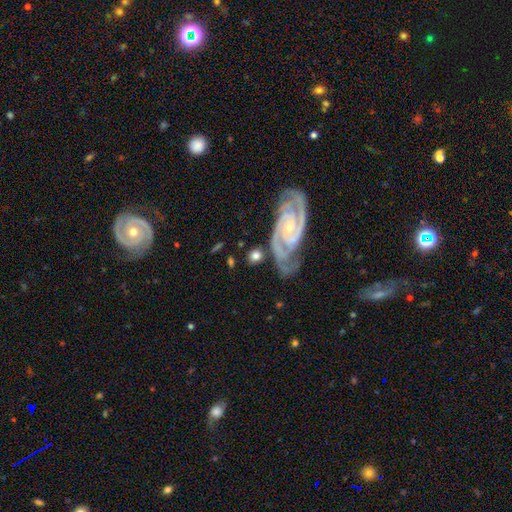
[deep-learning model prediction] Morphology: type=featured or disk (58%); edge-on=no (94%); bar=no (61%); spiral arms=yes (92%); bulge=small (71%); merging=none (65%).